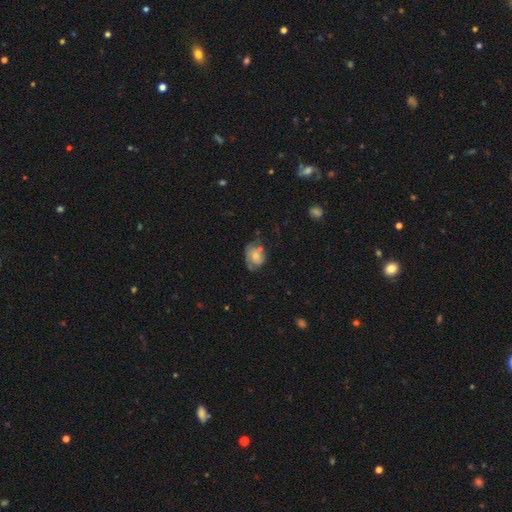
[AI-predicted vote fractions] smooth_or_featured: smooth (p=0.54) [alt: featured or disk p=0.37]
how_rounded: in between (p=0.65) [alt: round p=0.34]
merging: none (p=0.42) [alt: minor disturbance p=0.32]